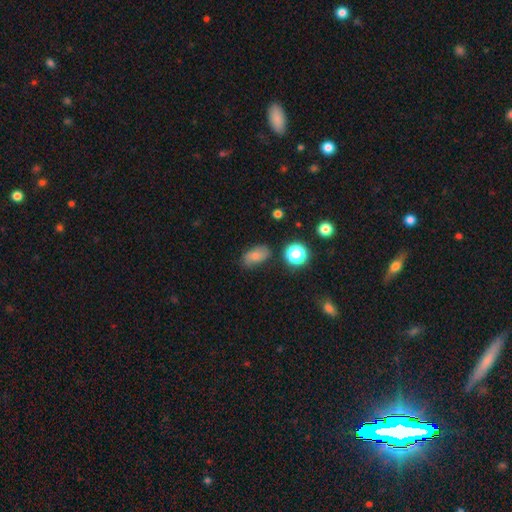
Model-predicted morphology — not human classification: This is likely a smooth galaxy (71%). How rounded: clearly in between (85%). Merging: likely none (73%).